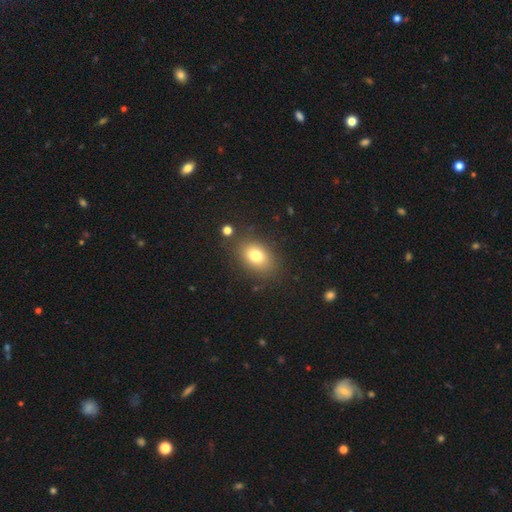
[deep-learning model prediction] Smooth or featured: smooth — 78% (star or artifact — 11%)
How rounded: in between — 74% (round — 25%)
Merging: none — 82% (minor disturbance — 11%)